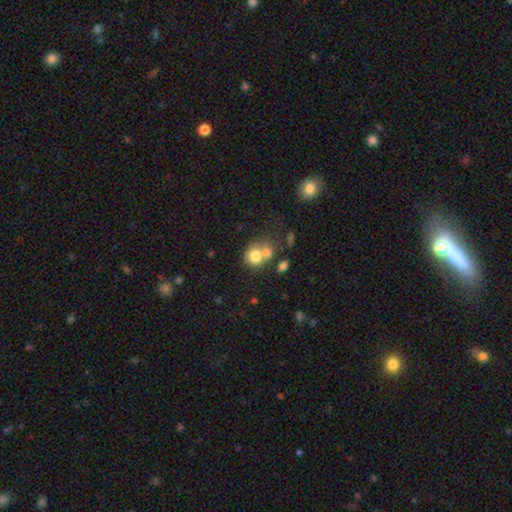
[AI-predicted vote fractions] This appears to be a smooth galaxy with no disk features (75%) that is round (72%). Merging: merger (51%).